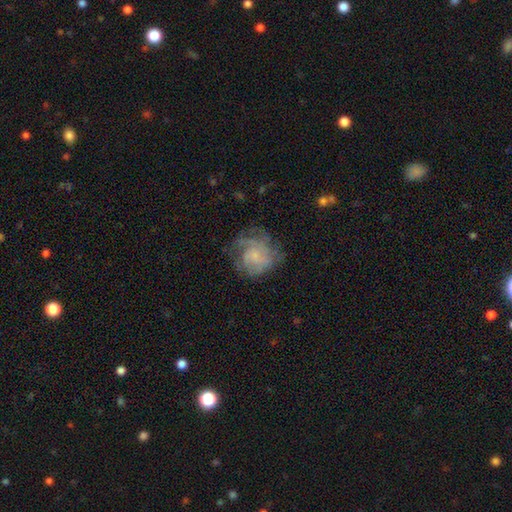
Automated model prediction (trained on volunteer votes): smooth-or-featured: featured or disk: 58% | smooth: 32% | star or artifact: 10%
  disk-edge-on: no: 98% | yes: 2%
    bar: no: 75% | weak: 22% | strong: 3%
    has-spiral-arms: yes: 79% | no: 21%
    bulge-size: small: 53% | none: 25% | moderate: 18% | large: 3% | dominant: 1%
  merging: none: 55% | minor disturbance: 23% | major disturbance: 21% | merger: 2%